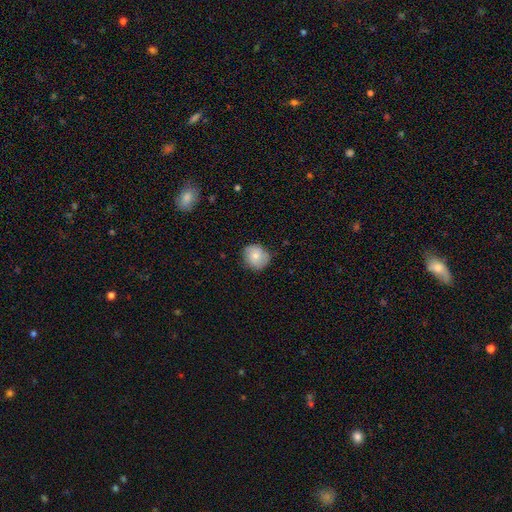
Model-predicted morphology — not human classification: Smooth or featured? smooth (78%)
How rounded? round (79%)
Merging? none (74%)